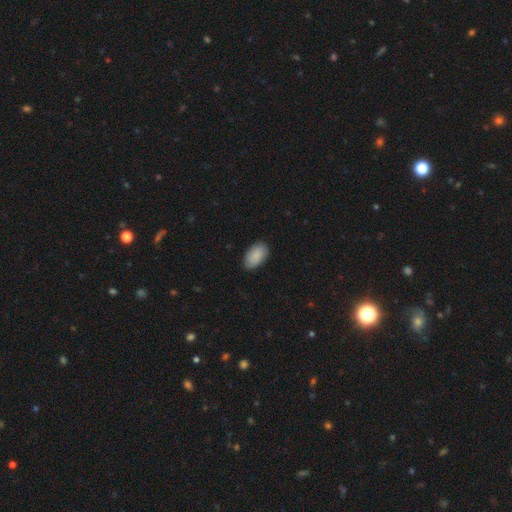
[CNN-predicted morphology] A smooth galaxy with no disk features (88%) that is in between round and cigar-shaped (94%).

Vote fractions:
- Smooth or featured? smooth: 88% / star or artifact: 6% / featured or disk: 6%
- How rounded? in between: 94% / round: 4% / cigar-shaped: 1%
- Merging? none: 84% / minor disturbance: 13% / major disturbance: 2% / merger: 1%